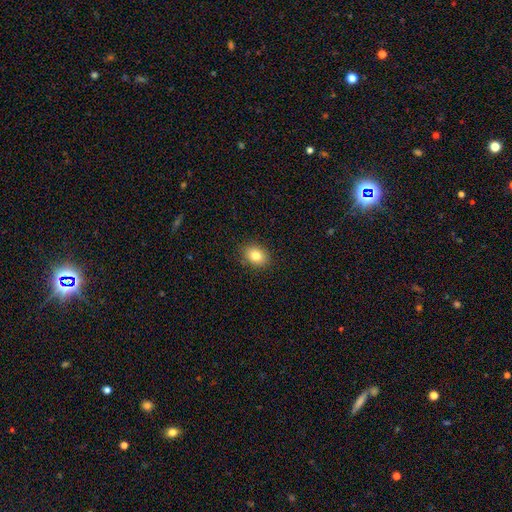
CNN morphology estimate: Q: Smooth or featured?
A: smooth (82%); runner-up: star or artifact (10%)
Q: How rounded?
A: in between (56%); runner-up: round (43%)
Q: Merging?
A: none (88%); runner-up: minor disturbance (9%)